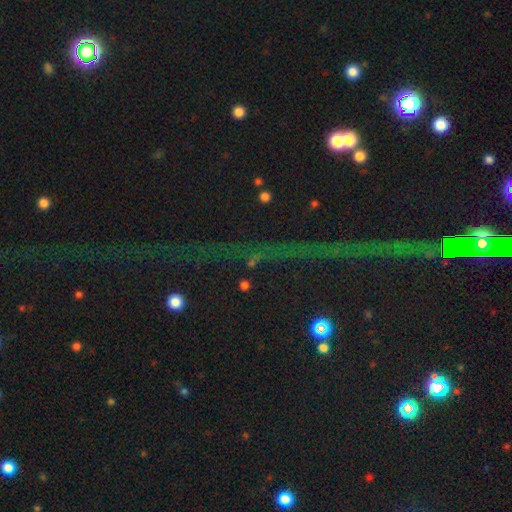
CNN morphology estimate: smooth_or_featured: star or artifact (p=0.71) [alt: featured or disk p=0.16]